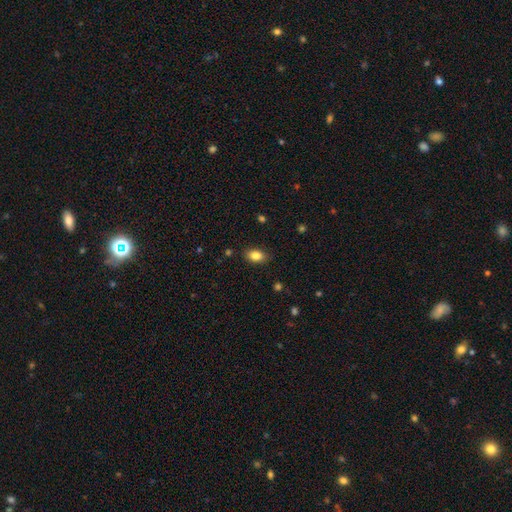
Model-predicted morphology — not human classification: smooth-or-featured: smooth: 84% | star or artifact: 9% | featured or disk: 7%
  how-rounded: in between: 86% | round: 12% | cigar-shaped: 2%
  merging: none: 87% | minor disturbance: 10% | major disturbance: 2% | merger: 1%